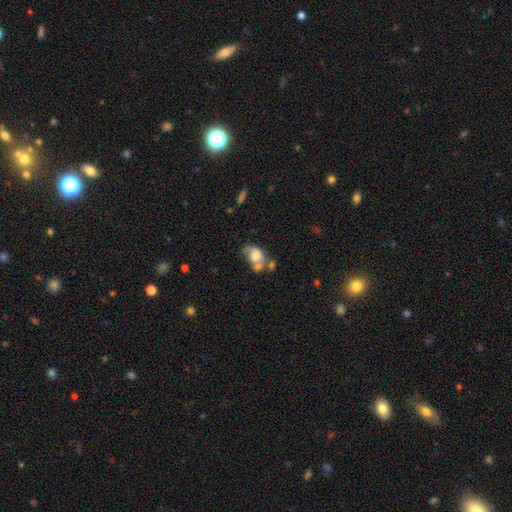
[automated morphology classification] smooth 60%, featured or disk 30%, star or artifact 10%. Down the decision tree: how rounded — in between (74%); merging — merger (40%).